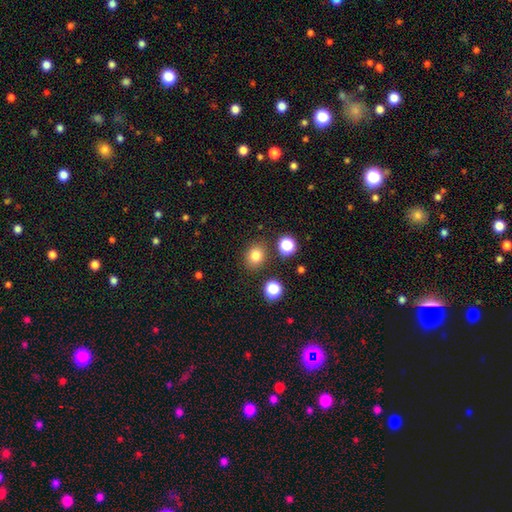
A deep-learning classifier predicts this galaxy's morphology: Overall: smooth (80%). How rounded: round (69%; in between 30%). Merging: none (84%).